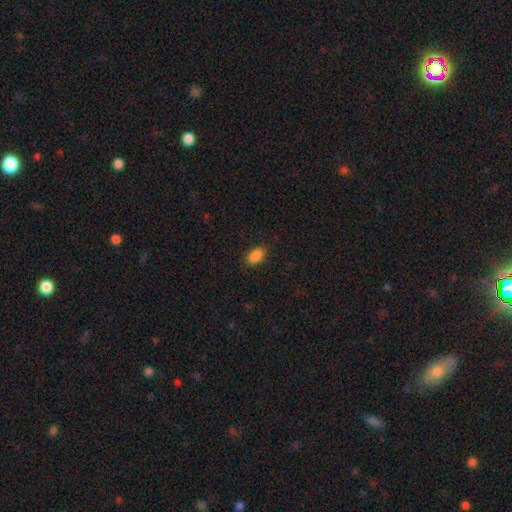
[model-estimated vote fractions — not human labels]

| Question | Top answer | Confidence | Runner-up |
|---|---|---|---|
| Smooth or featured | smooth | 88% | star or artifact (8%) |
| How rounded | in between | 92% | round (6%) |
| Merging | none | 87% | minor disturbance (10%) |